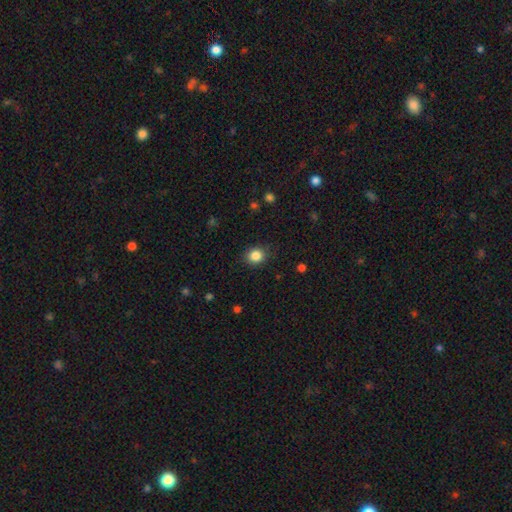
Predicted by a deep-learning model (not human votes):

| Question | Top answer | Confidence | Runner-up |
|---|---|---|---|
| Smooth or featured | smooth | 85% | star or artifact (11%) |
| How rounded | round | 73% | in between (26%) |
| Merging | none | 85% | minor disturbance (11%) |